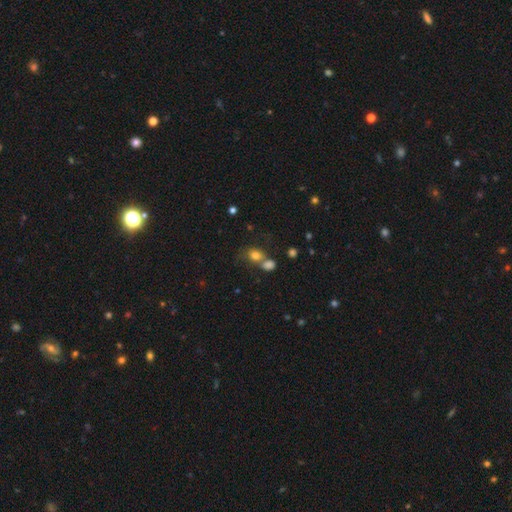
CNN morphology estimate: Smooth or featured: smooth — 76% (star or artifact — 14%)
How rounded: round — 60% (in between — 38%)
Merging: none — 42% (merger — 40%)